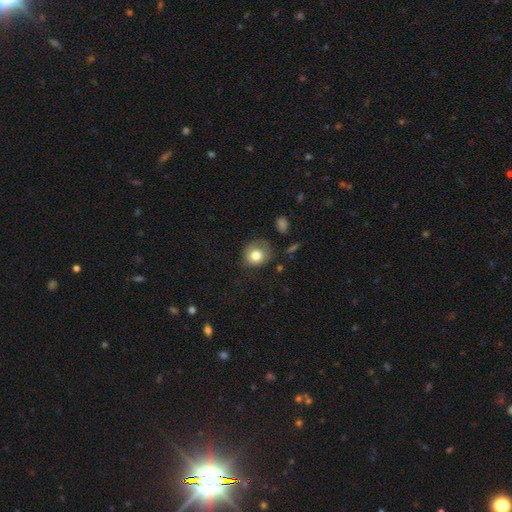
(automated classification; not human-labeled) smooth_or_featured: smooth (p=0.80) [alt: featured or disk p=0.12]
how_rounded: round (p=0.82) [alt: in between p=0.18]
merging: none (p=0.61) [alt: minor disturbance p=0.25]